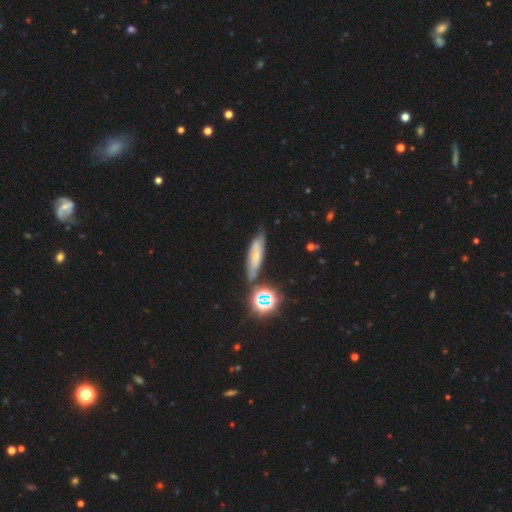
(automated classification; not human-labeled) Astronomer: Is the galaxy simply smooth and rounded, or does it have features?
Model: smooth — 42% (runner-up: featured or disk, 38%).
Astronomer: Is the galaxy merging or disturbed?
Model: none — 70%.